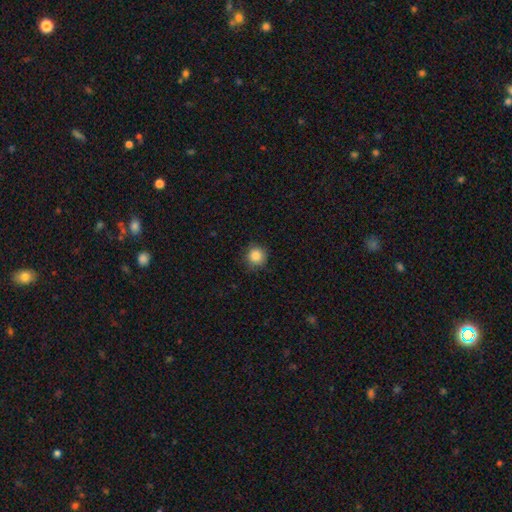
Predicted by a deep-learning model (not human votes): This appears to be a smooth galaxy with no disk features (85%) that is round (94%). Merging: none (88%).